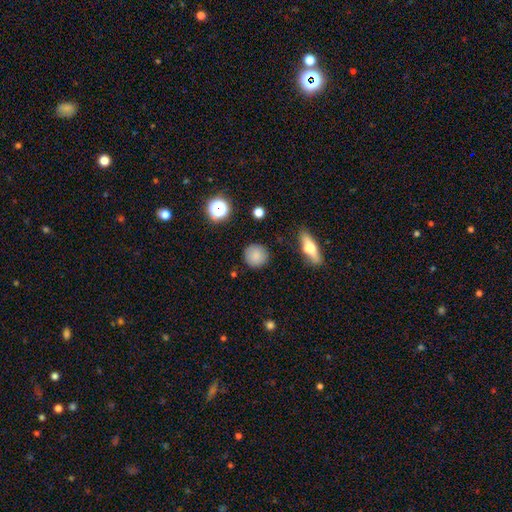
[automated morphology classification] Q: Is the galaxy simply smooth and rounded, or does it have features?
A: smooth — 83%.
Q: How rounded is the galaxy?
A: round — 92%.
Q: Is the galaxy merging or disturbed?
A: none — 87%.